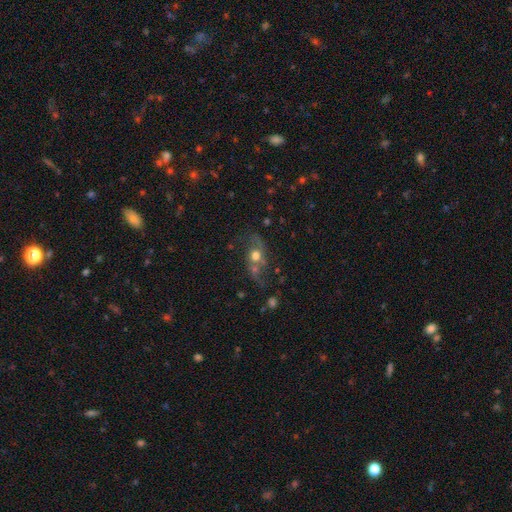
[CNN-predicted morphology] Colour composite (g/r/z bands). It shows a featured or disk galaxy (44%). Merging: none (46%).